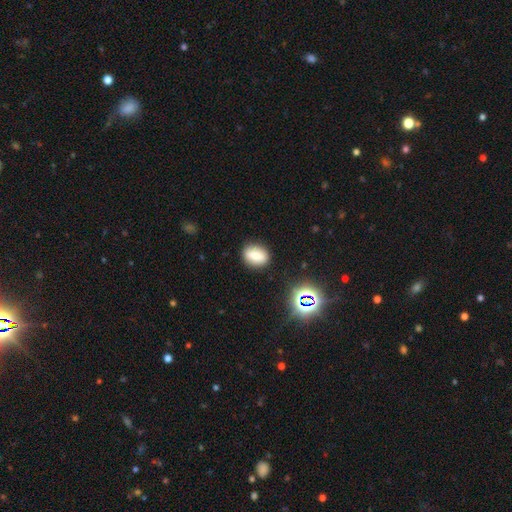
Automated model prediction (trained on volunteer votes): A smooth galaxy with no disk features (75%) that is in between round and cigar-shaped (66%).

Vote fractions:
- Smooth or featured? smooth: 75% / star or artifact: 13% / featured or disk: 12%
- How rounded? in between: 66% / round: 32% / cigar-shaped: 2%
- Merging? none: 84% / minor disturbance: 11% / major disturbance: 3% / merger: 2%